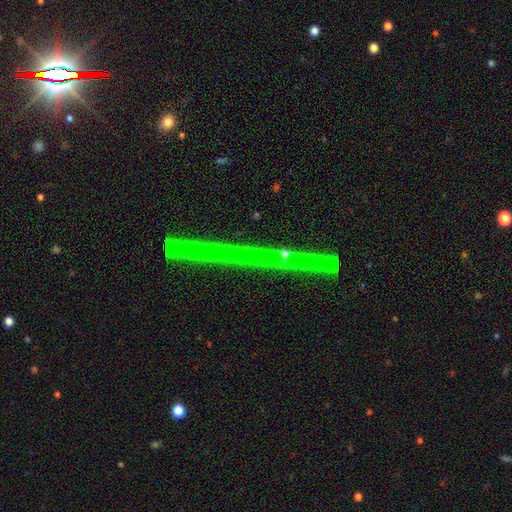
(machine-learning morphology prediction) This appears to be a featured or disk galaxy (63%) viewed edge-on (96%) with no central bulge (75%). Merging: none (84%).